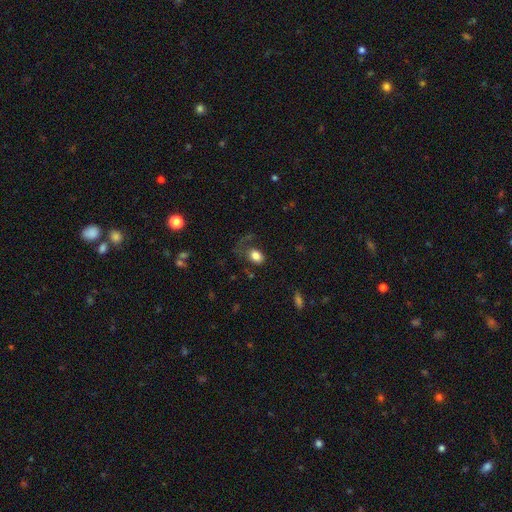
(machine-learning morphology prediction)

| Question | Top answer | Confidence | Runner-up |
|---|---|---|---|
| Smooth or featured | smooth | 80% | featured or disk (11%) |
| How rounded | in between | 78% | round (21%) |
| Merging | none | 51% | major disturbance (27%) |